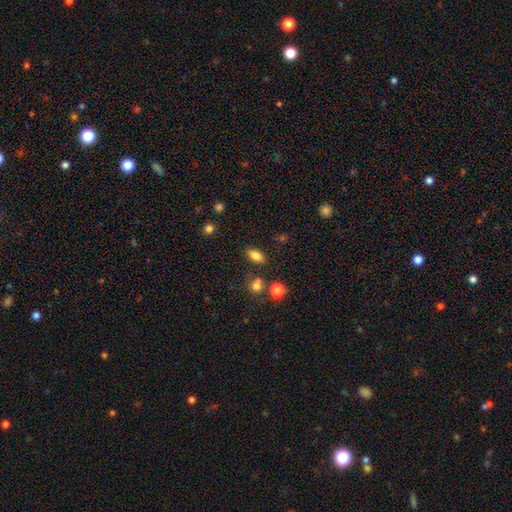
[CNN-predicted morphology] Smooth or featured: smooth — 82% (star or artifact — 10%)
How rounded: in between — 88% (round — 8%)
Merging: none — 81% (minor disturbance — 11%)